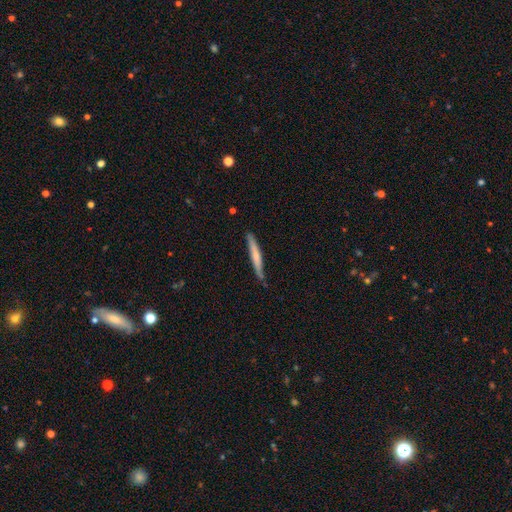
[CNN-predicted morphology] Smooth or featured: smooth — 59% (featured or disk — 36%)
How rounded: cigar-shaped — 96% (in between — 3%)
Merging: none — 80% (minor disturbance — 16%)